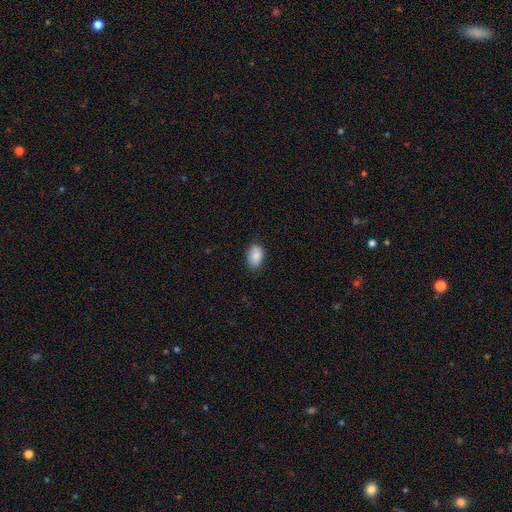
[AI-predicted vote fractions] A smooth galaxy with no disk features (87%) that is in between round and cigar-shaped (86%). Merging: none (79%).